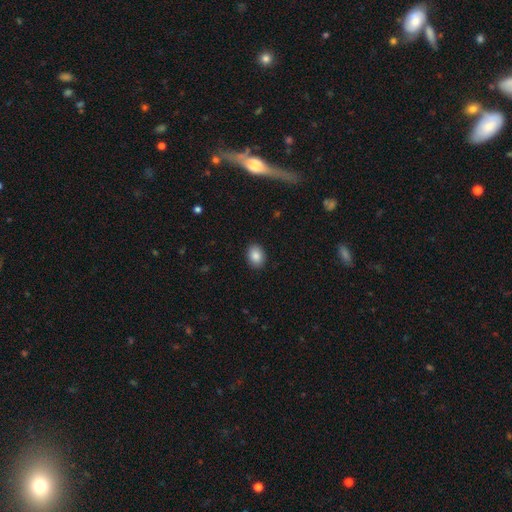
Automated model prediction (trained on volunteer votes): The model was most divided on "how rounded": in between: 73%, round: 26%, cigar-shaped: 1%. More confident: merging — none (90%); smooth or featured — smooth (87%).